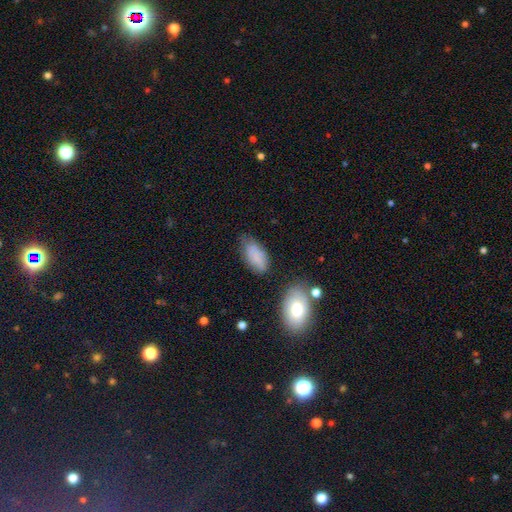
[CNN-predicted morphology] smooth 78%, featured or disk 13%, star or artifact 9%. Down the decision tree: how rounded — in between (91%); merging — none (56%).